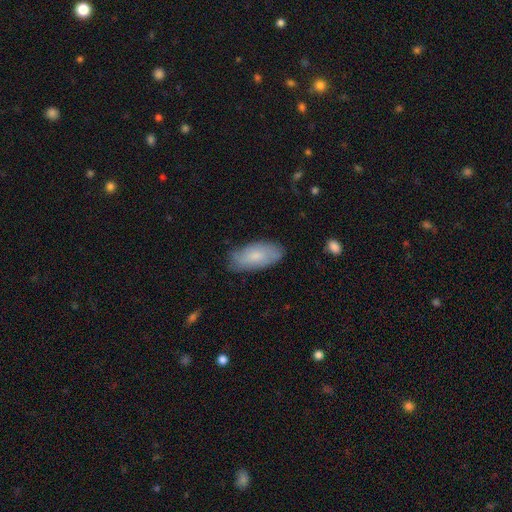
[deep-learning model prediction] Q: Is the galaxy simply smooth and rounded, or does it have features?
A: smooth — 73%.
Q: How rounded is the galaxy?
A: in between — 90%.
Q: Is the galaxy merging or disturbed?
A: none — 78%.